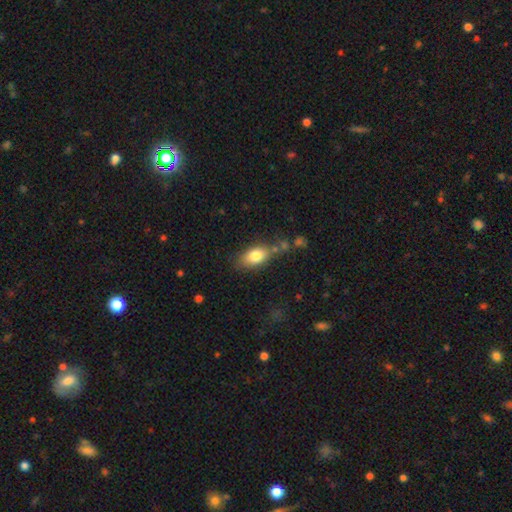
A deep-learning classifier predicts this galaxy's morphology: Smooth or featured: smooth — 80% (featured or disk — 12%)
How rounded: in between — 86% (round — 8%)
Merging: none — 64% (minor disturbance — 20%)